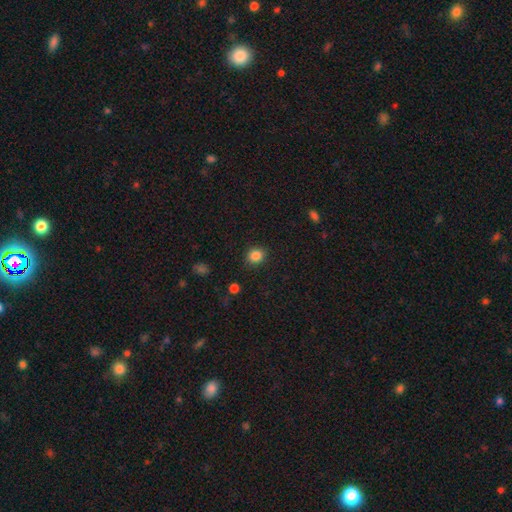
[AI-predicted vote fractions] A smooth galaxy with no disk features (85%) that is round (79%). Merging: none (88%).